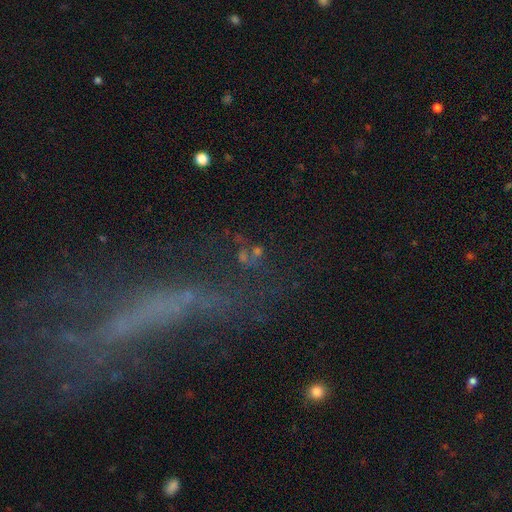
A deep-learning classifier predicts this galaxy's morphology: Smooth or featured? star or artifact (43%)